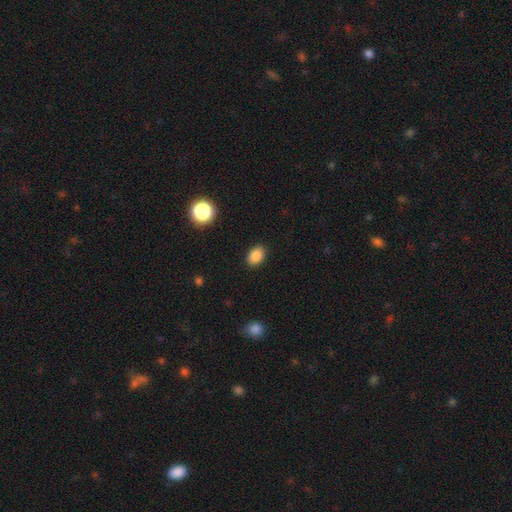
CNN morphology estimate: smooth_or_featured: smooth (p=0.87) [alt: star or artifact p=0.09]
how_rounded: in between (p=0.79) [alt: round p=0.20]
merging: none (p=0.88) [alt: minor disturbance p=0.09]